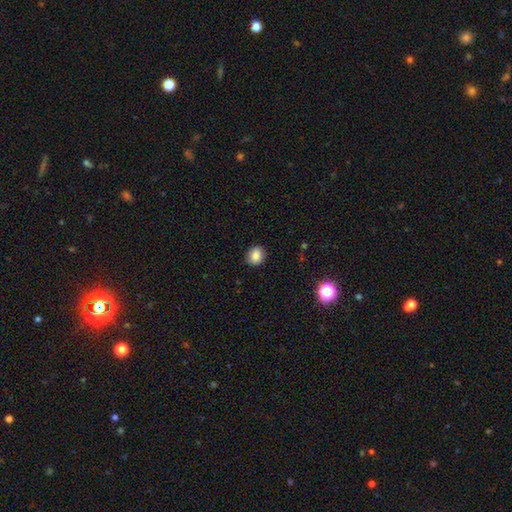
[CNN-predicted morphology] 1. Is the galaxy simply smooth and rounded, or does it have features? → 85% smooth, 10% star or artifact, 5% featured or disk.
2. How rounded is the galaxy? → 72% round, 27% in between, 1% cigar-shaped.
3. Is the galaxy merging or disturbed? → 88% none, 8% minor disturbance, 2% major disturbance, 1% merger.